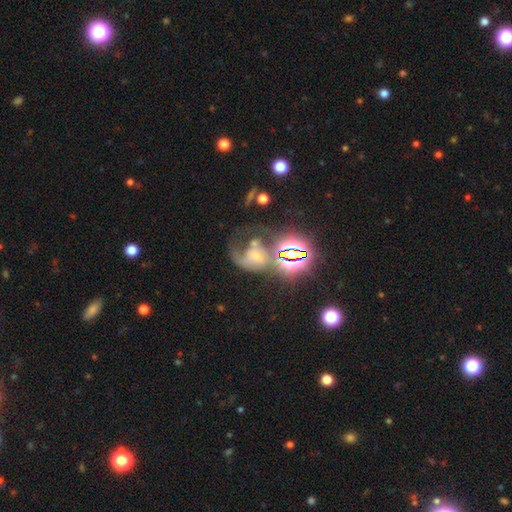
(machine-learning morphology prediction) This appears to be a featured or disk galaxy (49%). Merging: major disturbance (36%).